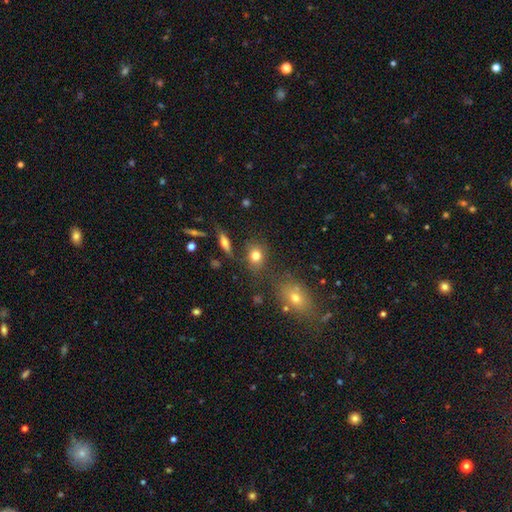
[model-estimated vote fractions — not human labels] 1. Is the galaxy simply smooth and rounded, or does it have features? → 79% smooth, 12% star or artifact, 9% featured or disk.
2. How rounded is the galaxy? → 55% round, 43% in between, 2% cigar-shaped.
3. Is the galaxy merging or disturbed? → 73% none, 14% minor disturbance, 8% merger, 5% major disturbance.